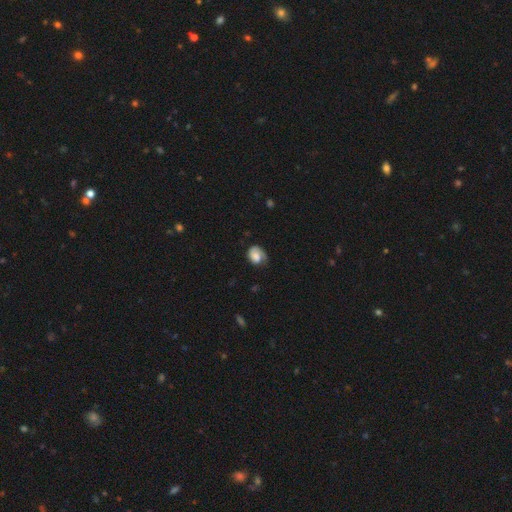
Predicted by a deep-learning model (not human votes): Overall: smooth (54%; featured or disk 38%). How rounded: in between (54%; round 45%). Merging: none (48%; minor disturbance 30%).